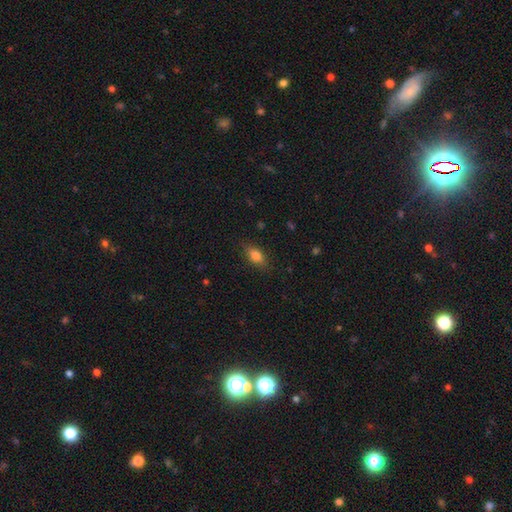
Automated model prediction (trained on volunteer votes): This is likely a smooth galaxy (78%). How rounded: clearly in between (82%). Merging: clearly none (82%).